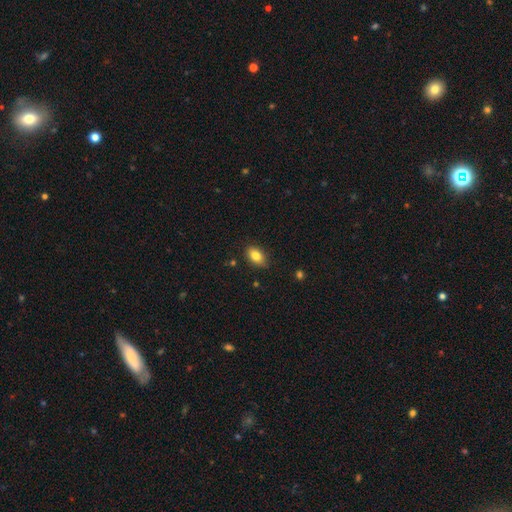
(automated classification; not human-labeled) Smooth or featured?
  - smooth: 83% *
  - featured or disk: 9%
  - star or artifact: 8%
How rounded?
  - in between: 86% *
  - round: 12%
  - cigar-shaped: 2%
Merging?
  - none: 84% *
  - minor disturbance: 12%
  - major disturbance: 2%
  - merger: 1%